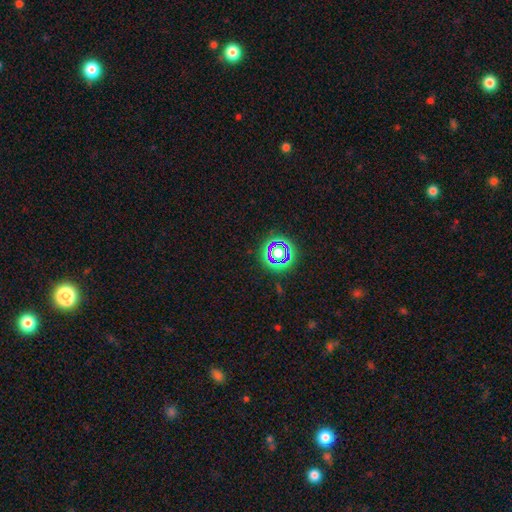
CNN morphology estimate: Smooth or featured: star or artifact — 70% (smooth — 21%)